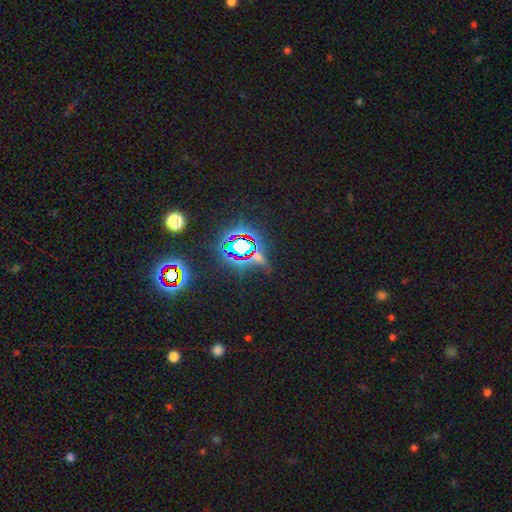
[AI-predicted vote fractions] A star or artifact, not a galaxy (74%).

Vote fractions:
- Smooth or featured? star or artifact: 74% / smooth: 17% / featured or disk: 10%